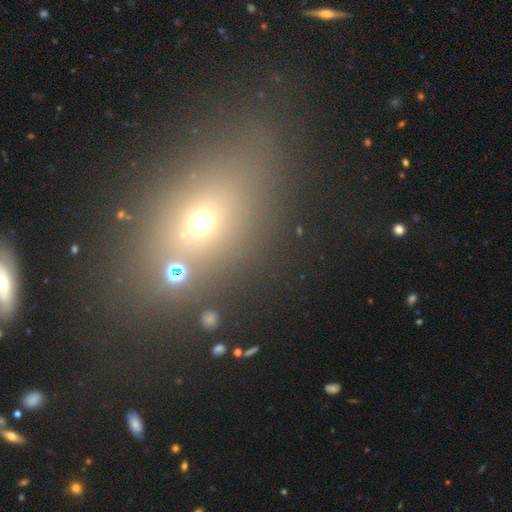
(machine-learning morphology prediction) Smooth or featured? smooth (48%)
Merging? none (69%)